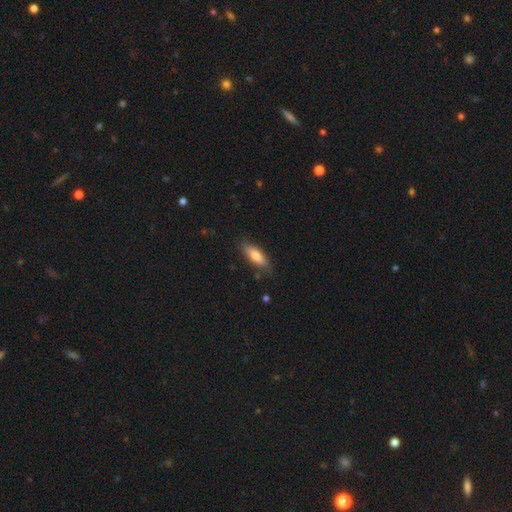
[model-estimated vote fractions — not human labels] Smooth or featured?
  - smooth: 74% *
  - featured or disk: 20%
  - star or artifact: 6%
How rounded?
  - in between: 61% *
  - cigar-shaped: 37%
  - round: 2%
Merging?
  - none: 80% *
  - minor disturbance: 16%
  - major disturbance: 3%
  - merger: 2%